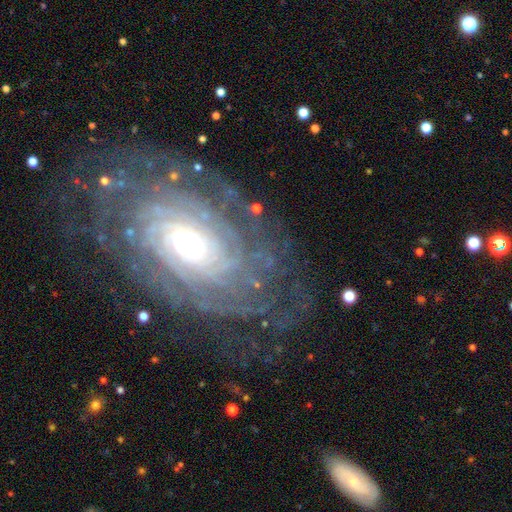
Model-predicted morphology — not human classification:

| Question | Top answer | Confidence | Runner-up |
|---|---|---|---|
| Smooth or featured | featured or disk | 88% | star or artifact (7%) |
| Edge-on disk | no | 96% | yes (4%) |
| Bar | no | 68% | weak (21%) |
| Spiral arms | yes | 97% | no (3%) |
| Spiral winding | tight | 81% | medium (15%) |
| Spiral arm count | can't tell | 30% | more than 4 (26%) |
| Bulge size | moderate | 52% | small (31%) |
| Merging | none | 77% | minor disturbance (14%) |